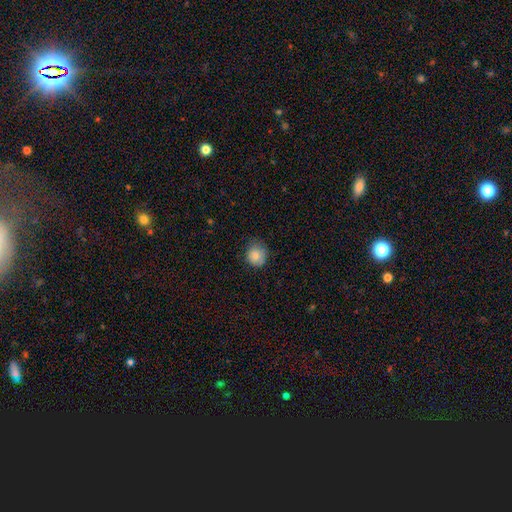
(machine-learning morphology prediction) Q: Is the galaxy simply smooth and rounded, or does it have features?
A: smooth — 84%.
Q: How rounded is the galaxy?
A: round — 81%.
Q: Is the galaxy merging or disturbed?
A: none — 67%.